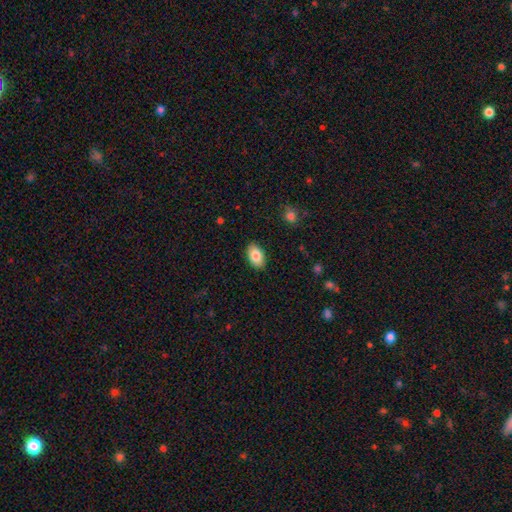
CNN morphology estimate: Smooth or featured: smooth — 85% (featured or disk — 8%)
How rounded: in between — 93% (round — 5%)
Merging: none — 89% (minor disturbance — 8%)